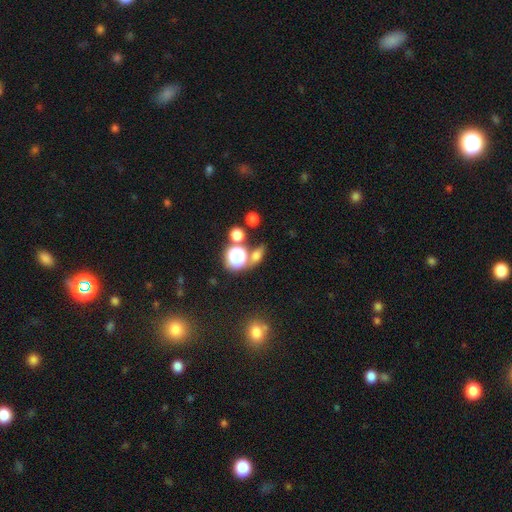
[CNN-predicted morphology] smooth_or_featured: smooth (p=0.58) [alt: star or artifact p=0.30]
how_rounded: in between (p=0.47) [alt: round p=0.46]
merging: none (p=0.62) [alt: merger p=0.20]